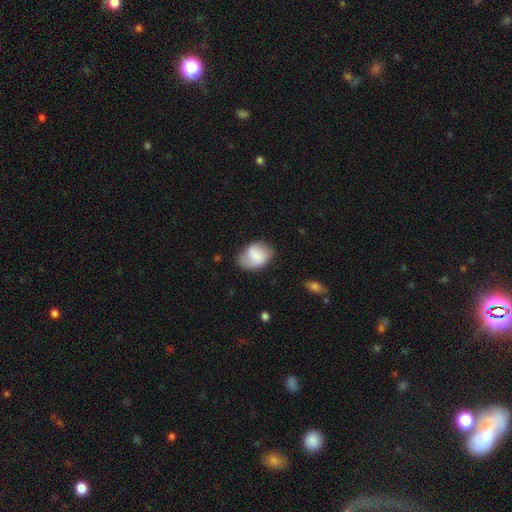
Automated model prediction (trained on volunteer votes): Smooth or featured: smooth — 66% (featured or disk — 26%)
How rounded: in between — 70% (round — 29%)
Merging: none — 56% (minor disturbance — 31%)